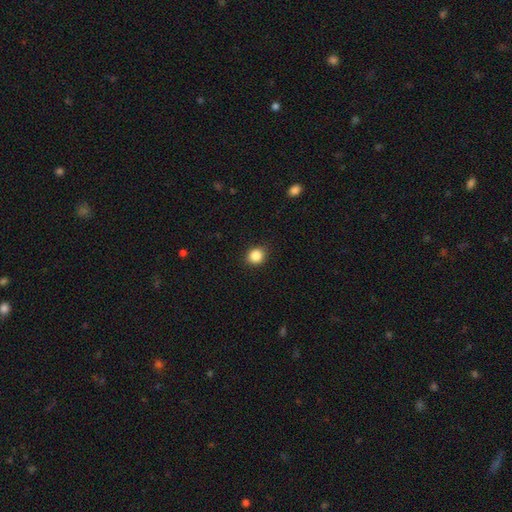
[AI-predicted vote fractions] smooth_or_featured: smooth (p=0.86) [alt: star or artifact p=0.10]
how_rounded: round (p=0.78) [alt: in between p=0.21]
merging: none (p=0.89) [alt: minor disturbance p=0.08]